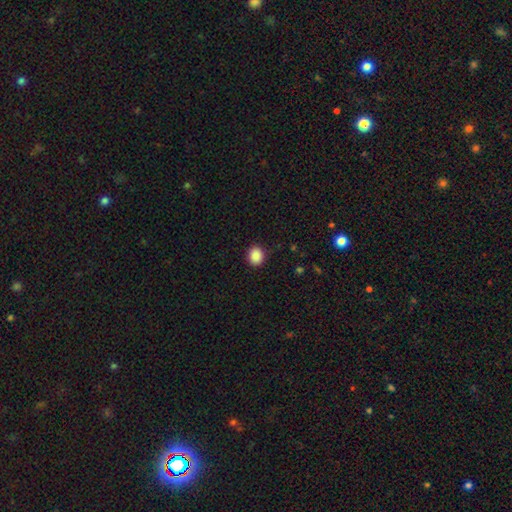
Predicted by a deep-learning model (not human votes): Q: Smooth or featured?
A: smooth (89%); runner-up: star or artifact (9%)
Q: How rounded?
A: round (67%); runner-up: in between (33%)
Q: Merging?
A: none (90%); runner-up: minor disturbance (7%)